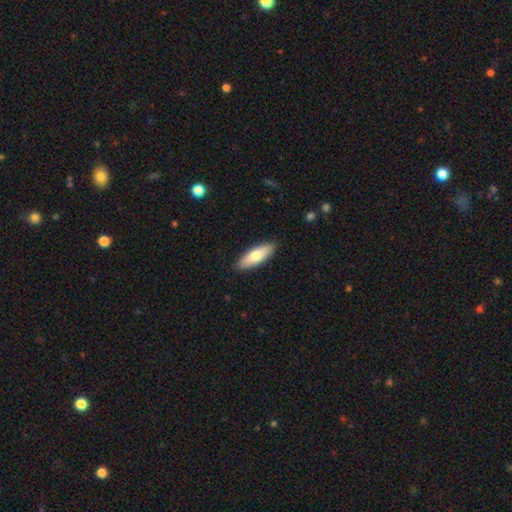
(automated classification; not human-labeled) This is likely a smooth galaxy (71%). How rounded: possibly in between (58%). Merging: clearly none (89%).